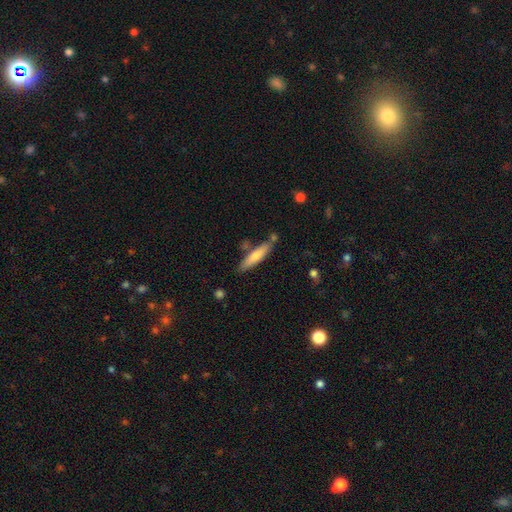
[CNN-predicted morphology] Smooth or featured? smooth (68%)
How rounded? cigar-shaped (83%)
Merging? none (76%)